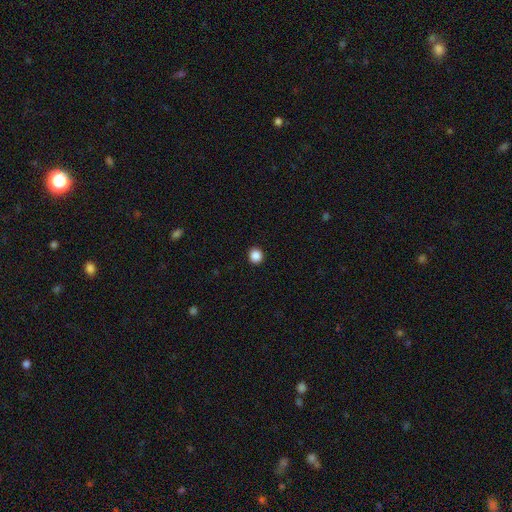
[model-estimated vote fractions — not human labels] This appears to be a smooth galaxy with no disk features (87%) that is round (92%). Merging: none (93%).